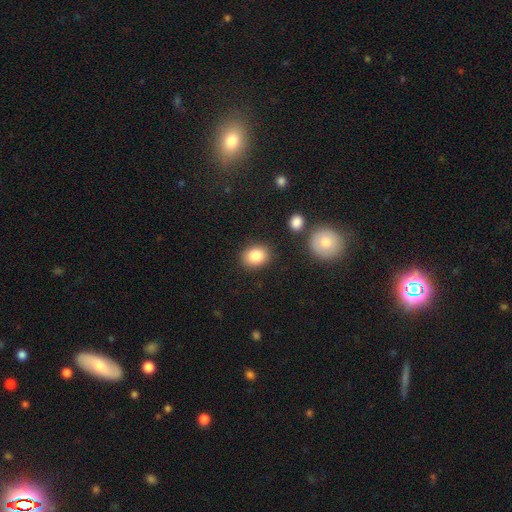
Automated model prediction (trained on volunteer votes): Smooth or featured? smooth (85%)
How rounded? in between (57%)
Merging? none (84%)